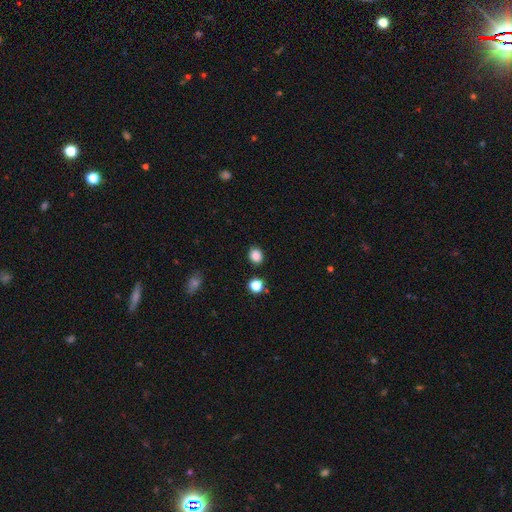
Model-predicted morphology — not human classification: A smooth galaxy with no disk features (86%) that is round (65%). Merging: none (88%).